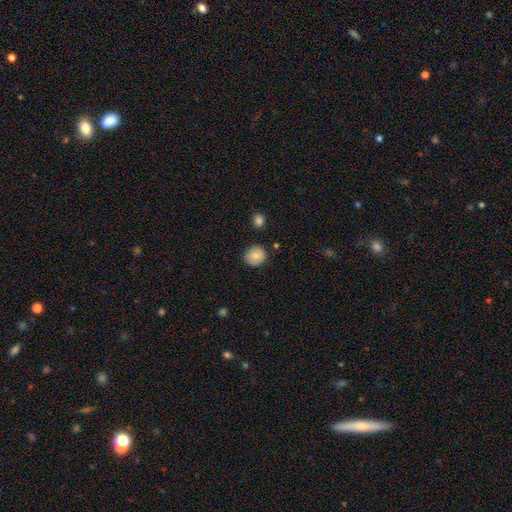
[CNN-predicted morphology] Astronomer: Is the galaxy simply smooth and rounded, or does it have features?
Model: smooth — 84%.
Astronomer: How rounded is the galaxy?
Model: round — 87%.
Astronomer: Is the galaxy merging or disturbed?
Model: none — 86%.